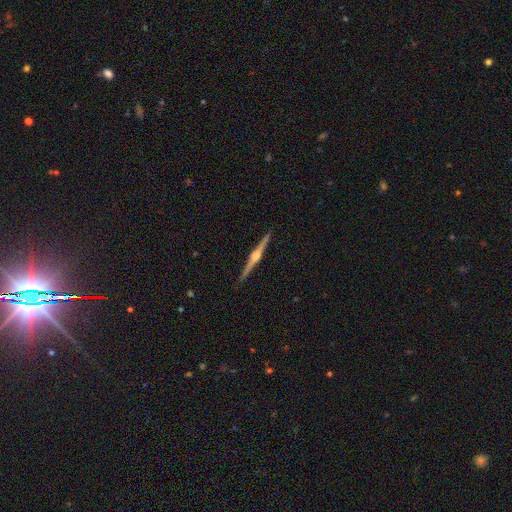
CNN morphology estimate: This is clearly a featured or disk galaxy (86%). It is clearly viewed edge-on (99%). Edge-on bulge: clearly rounded (92%). Merging: clearly none (93%).